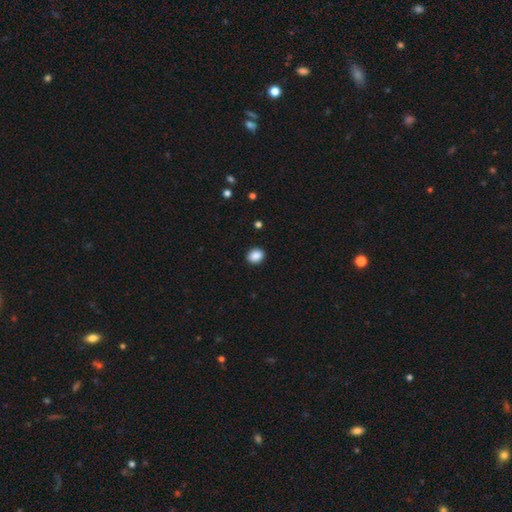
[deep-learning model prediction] smooth_or_featured: smooth (p=0.88) [alt: star or artifact p=0.09]
how_rounded: round (p=0.53) [alt: in between p=0.46]
merging: none (p=0.91) [alt: minor disturbance p=0.06]